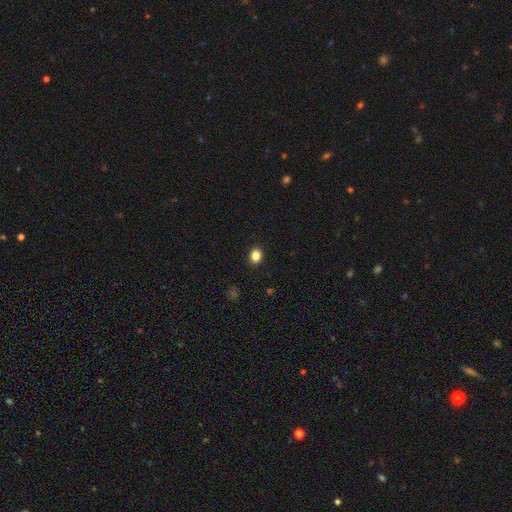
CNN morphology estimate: Q: Smooth or featured?
A: smooth (85%); runner-up: star or artifact (11%)
Q: How rounded?
A: round (60%); runner-up: in between (39%)
Q: Merging?
A: none (91%); runner-up: minor disturbance (6%)